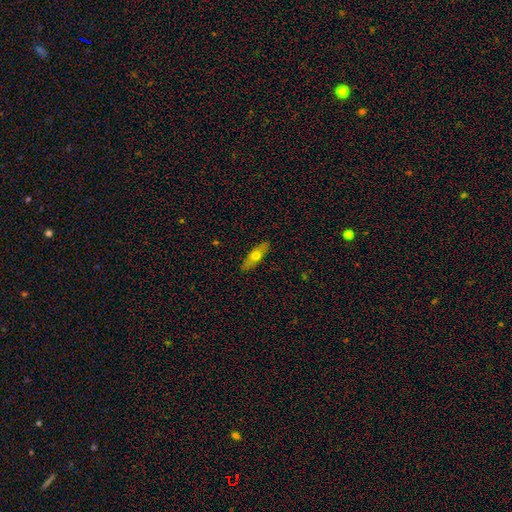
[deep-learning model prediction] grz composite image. It shows a smooth galaxy with no disk features (59%) that is in between round and cigar-shaped (49%). Merging: none (89%).